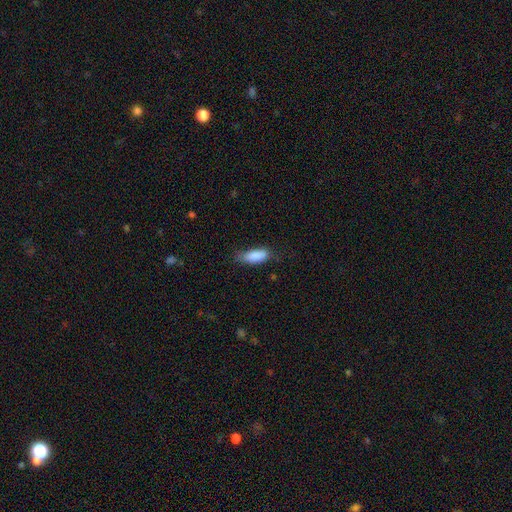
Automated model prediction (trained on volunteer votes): smooth_or_featured: smooth (p=0.86) [alt: featured or disk p=0.07]
how_rounded: in between (p=0.75) [alt: cigar-shaped p=0.23]
merging: none (p=0.63) [alt: minor disturbance p=0.28]